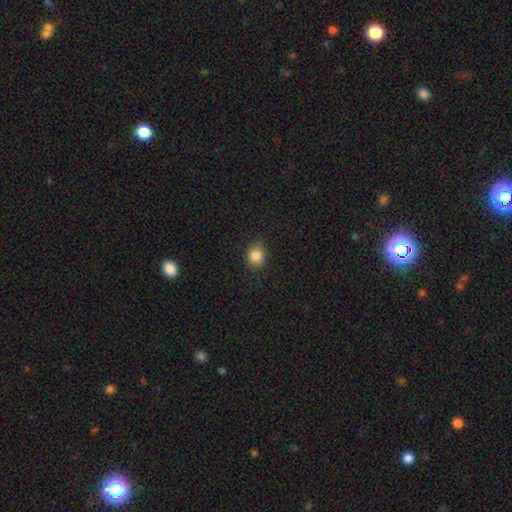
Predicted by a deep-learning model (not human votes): This appears to be a smooth galaxy with no disk features (85%) that is round (68%). Merging: none (85%).